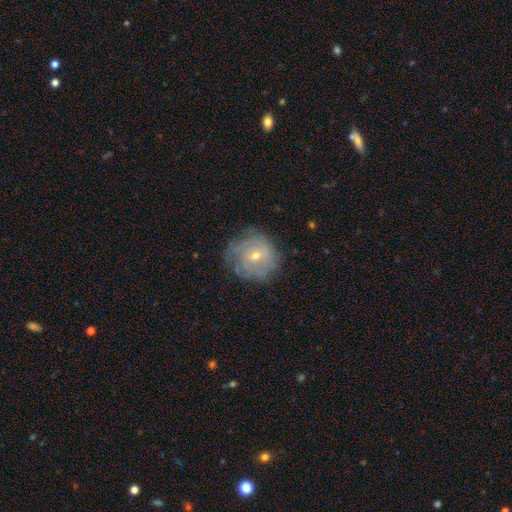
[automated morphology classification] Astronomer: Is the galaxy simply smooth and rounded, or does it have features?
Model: featured or disk — 60%.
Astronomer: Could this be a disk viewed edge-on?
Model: no — 96%.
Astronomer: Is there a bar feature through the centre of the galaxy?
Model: no — 71%.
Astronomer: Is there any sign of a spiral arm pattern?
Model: yes — 74%.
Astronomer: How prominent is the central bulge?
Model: small — 61%.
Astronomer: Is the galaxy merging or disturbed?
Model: none — 71%.